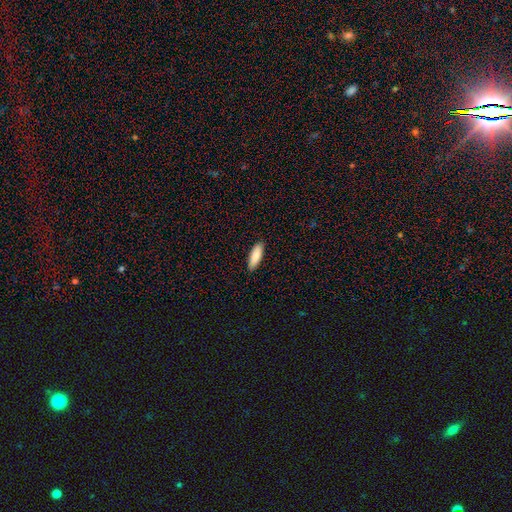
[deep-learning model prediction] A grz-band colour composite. It shows a smooth galaxy with no disk features (88%) that is in between round and cigar-shaped (59%). Merging: none (90%).